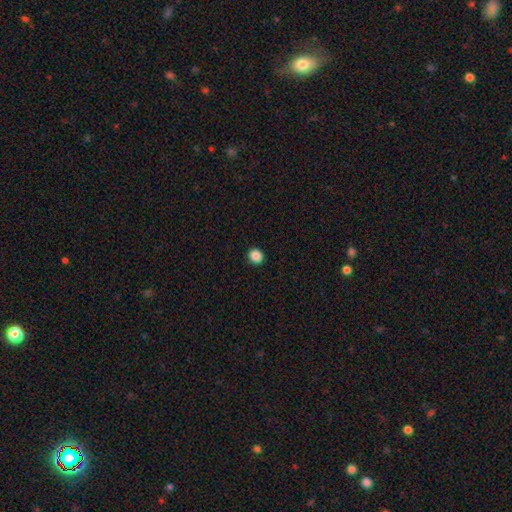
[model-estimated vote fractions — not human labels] Morphology: type=smooth (87%); roundness=round (83%); merging=none (93%).